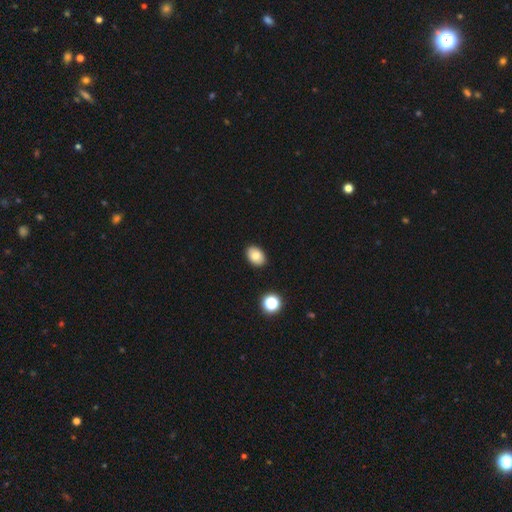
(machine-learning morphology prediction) Overall: smooth (80%). How rounded: in between (81%). Merging: none (89%).